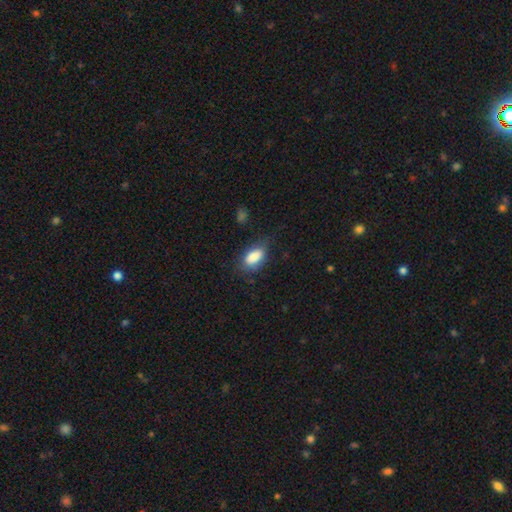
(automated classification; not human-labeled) smooth_or_featured: smooth (p=0.85) [alt: star or artifact p=0.08]
how_rounded: in between (p=0.90) [alt: cigar-shaped p=0.06]
merging: none (p=0.67) [alt: minor disturbance p=0.24]